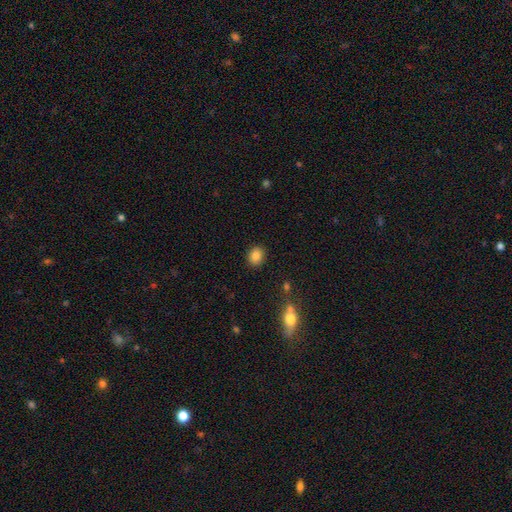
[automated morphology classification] Smooth or featured? smooth (84%)
How rounded? round (59%)
Merging? none (89%)